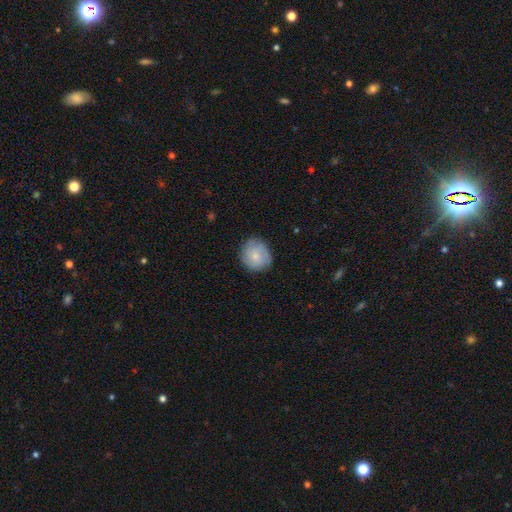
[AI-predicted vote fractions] Smooth or featured: smooth — 72% (featured or disk — 21%)
How rounded: round — 87% (in between — 12%)
Merging: none — 80% (minor disturbance — 15%)